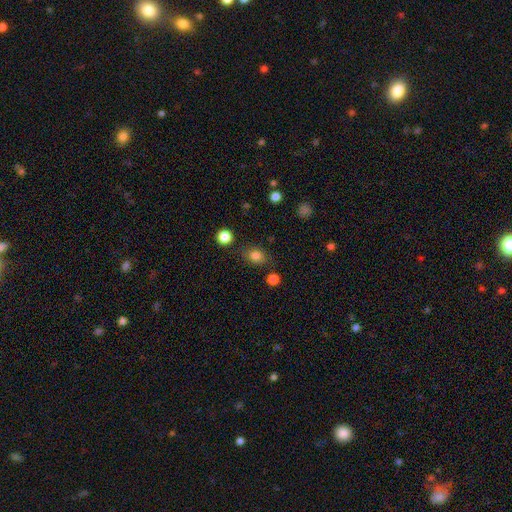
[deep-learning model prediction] The model was most divided on "how rounded": round: 51%, in between: 48%, cigar-shaped: 1%. More confident: smooth or featured — smooth (83%); merging — none (78%).